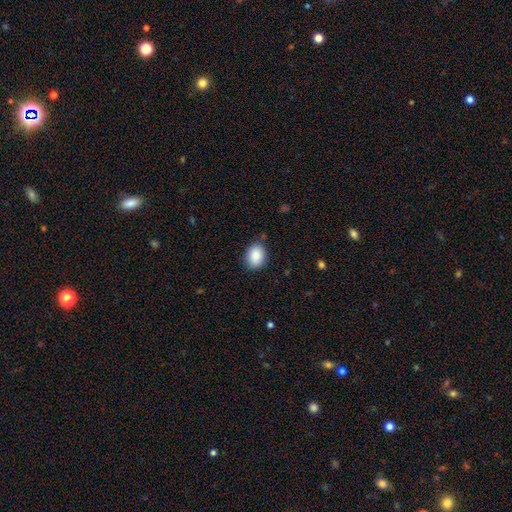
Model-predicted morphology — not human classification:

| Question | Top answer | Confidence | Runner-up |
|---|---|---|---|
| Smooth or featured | smooth | 89% | star or artifact (7%) |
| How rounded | in between | 64% | round (35%) |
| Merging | none | 84% | minor disturbance (12%) |